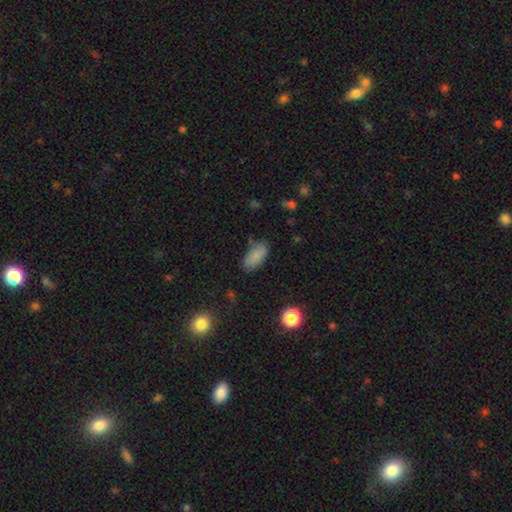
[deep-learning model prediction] Q: Smooth or featured?
A: smooth (85%); runner-up: star or artifact (8%)
Q: How rounded?
A: in between (92%); runner-up: cigar-shaped (5%)
Q: Merging?
A: none (77%); runner-up: minor disturbance (17%)